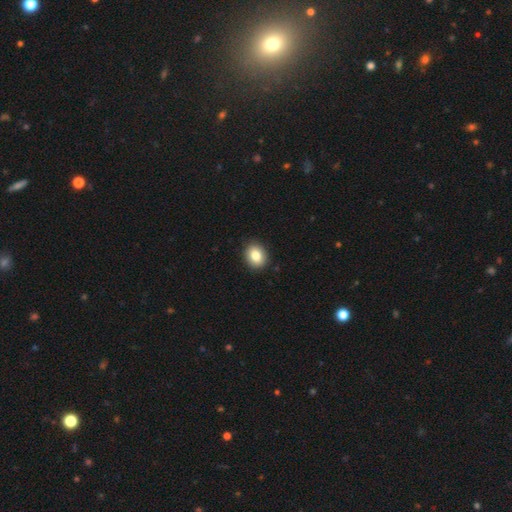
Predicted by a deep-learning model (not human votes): This appears to be a smooth galaxy with no disk features (84%) that is round (56%). Merging: none (91%).